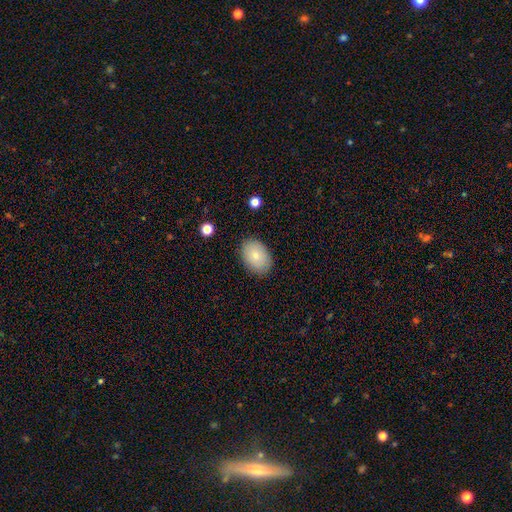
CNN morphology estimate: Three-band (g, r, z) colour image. It shows a smooth galaxy with no disk features (81%) that is in between round and cigar-shaped (82%). Merging: none (86%).